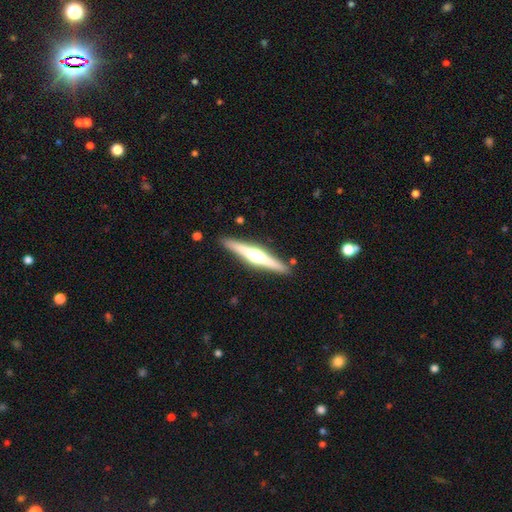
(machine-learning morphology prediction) This appears to be a featured or disk galaxy (70%) viewed edge-on (98%) with a rounded central bulge (91%). Merging: none (89%).